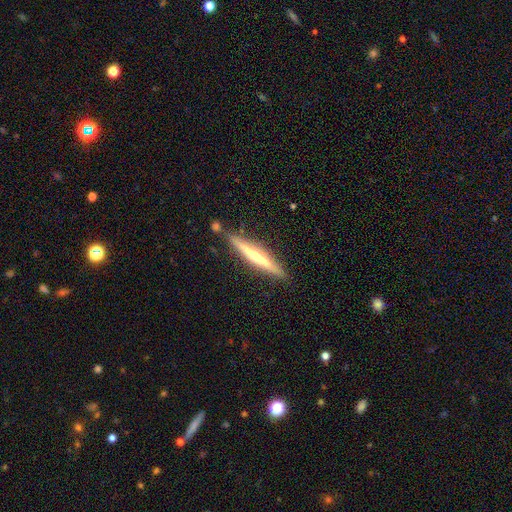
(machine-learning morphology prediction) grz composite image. It shows a featured or disk galaxy (67%) viewed edge-on (97%) with a rounded central bulge (71%). Merging: none (86%).